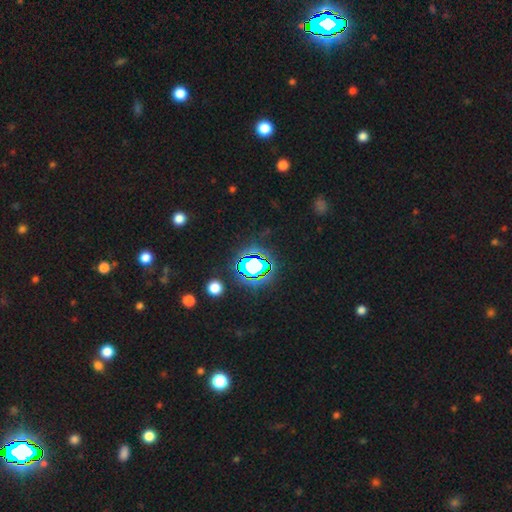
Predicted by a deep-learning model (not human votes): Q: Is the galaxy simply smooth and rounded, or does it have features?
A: star or artifact — 81%.